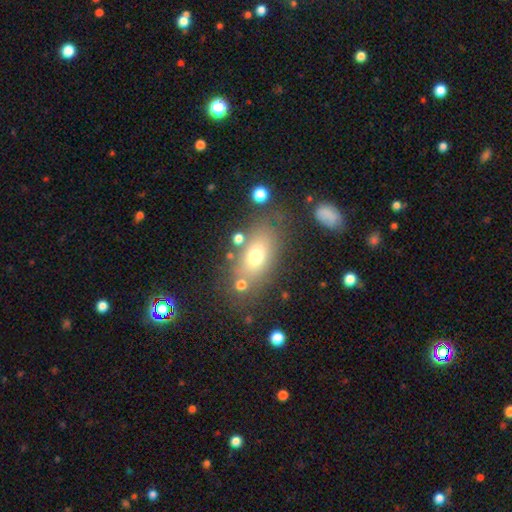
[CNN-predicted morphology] Smooth or featured? Predicted: smooth (p=0.67). How rounded? Predicted: in between (p=0.77). Merging? Predicted: none (p=0.69).